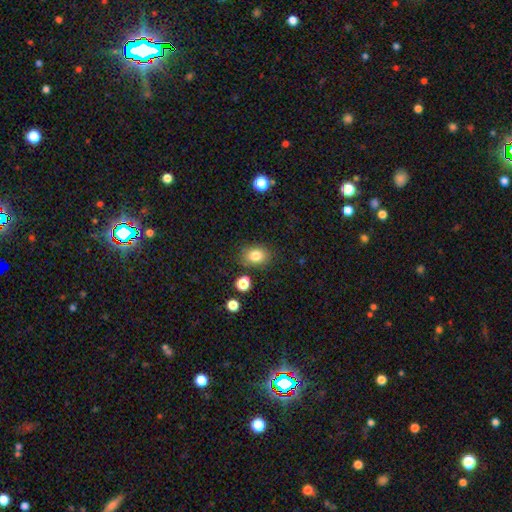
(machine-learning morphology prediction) This is clearly a smooth galaxy (81%). How rounded: possibly in between (57%). Merging: clearly none (80%).